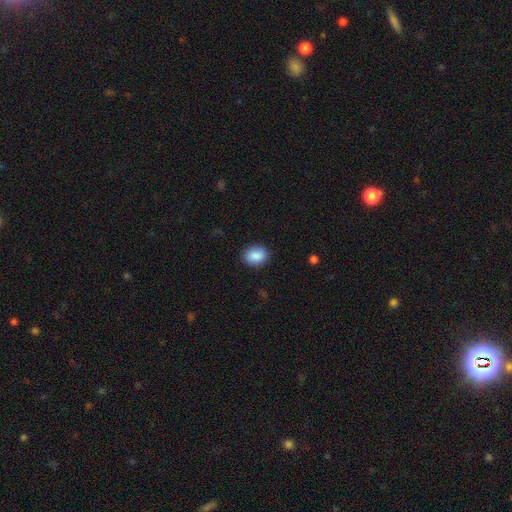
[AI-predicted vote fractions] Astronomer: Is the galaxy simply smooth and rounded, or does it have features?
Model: smooth — 89%.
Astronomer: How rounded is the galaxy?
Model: in between — 56% (runner-up: round, 43%).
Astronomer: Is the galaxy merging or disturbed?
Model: none — 88%.